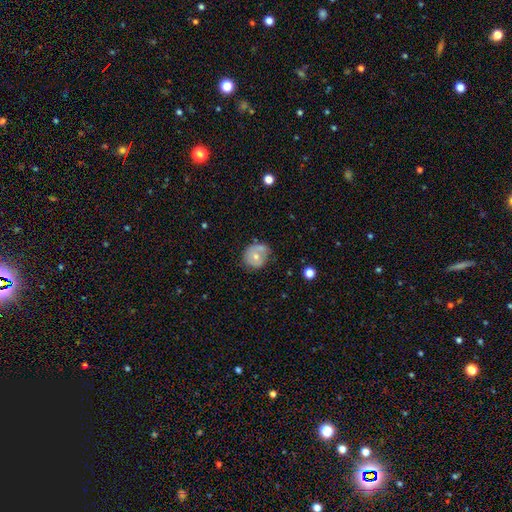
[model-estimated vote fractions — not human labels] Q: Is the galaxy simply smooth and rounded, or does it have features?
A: smooth — 54%.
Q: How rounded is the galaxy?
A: round — 79%.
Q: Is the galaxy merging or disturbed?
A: none — 53%.